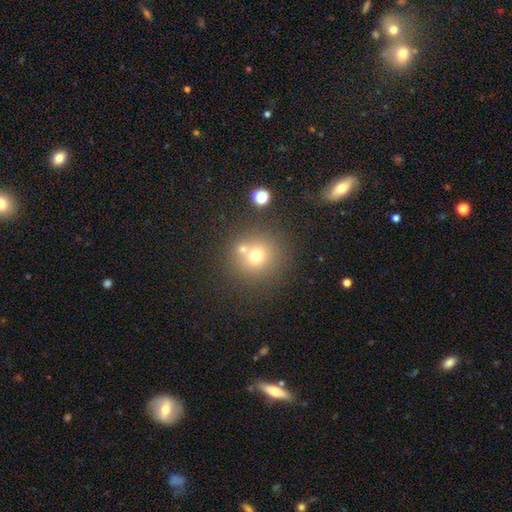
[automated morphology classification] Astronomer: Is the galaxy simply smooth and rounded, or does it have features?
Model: smooth — 69%.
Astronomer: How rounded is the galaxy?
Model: round — 91%.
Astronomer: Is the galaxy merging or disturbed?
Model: none — 66%.